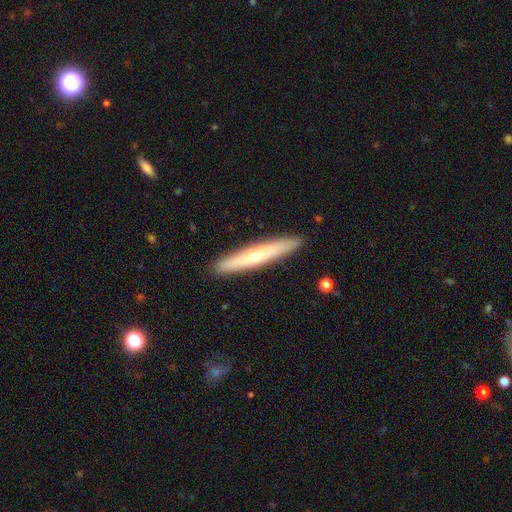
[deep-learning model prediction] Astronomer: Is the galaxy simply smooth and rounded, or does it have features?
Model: smooth — 50% (runner-up: featured or disk, 44%).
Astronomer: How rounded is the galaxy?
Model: cigar-shaped — 95%.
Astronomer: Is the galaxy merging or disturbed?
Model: none — 92%.